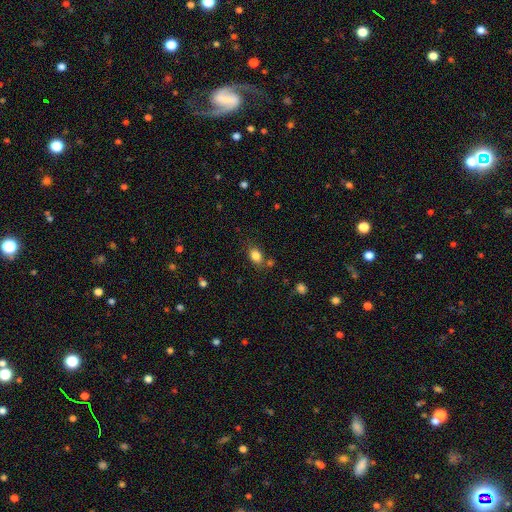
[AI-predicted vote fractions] Smooth or featured?
  - smooth: 84% *
  - star or artifact: 10%
  - featured or disk: 6%
How rounded?
  - in between: 72% *
  - round: 26%
  - cigar-shaped: 2%
Merging?
  - none: 72% *
  - minor disturbance: 15%
  - merger: 9%
  - major disturbance: 5%